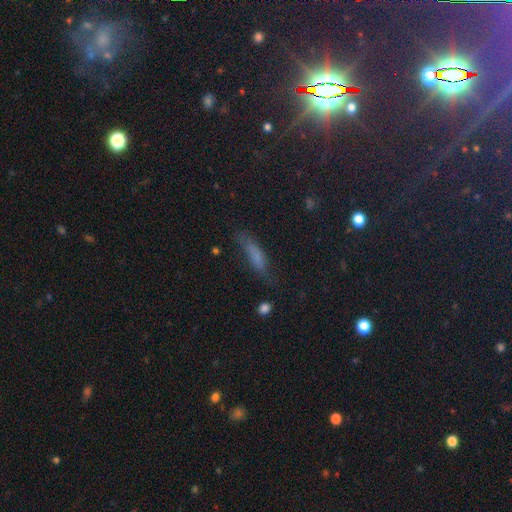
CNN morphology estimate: Q: Smooth or featured?
A: smooth (61%); runner-up: featured or disk (22%)
Q: How rounded?
A: cigar-shaped (66%); runner-up: in between (30%)
Q: Merging?
A: none (54%); runner-up: minor disturbance (28%)